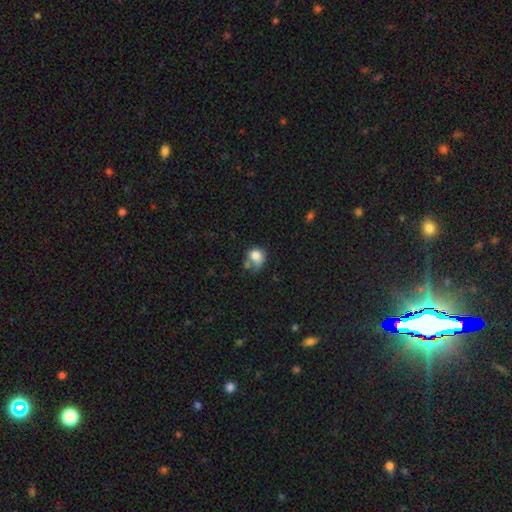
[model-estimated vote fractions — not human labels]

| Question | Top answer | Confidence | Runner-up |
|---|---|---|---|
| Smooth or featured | smooth | 78% | featured or disk (12%) |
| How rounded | round | 62% | in between (37%) |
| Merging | none | 33% | minor disturbance (25%) |